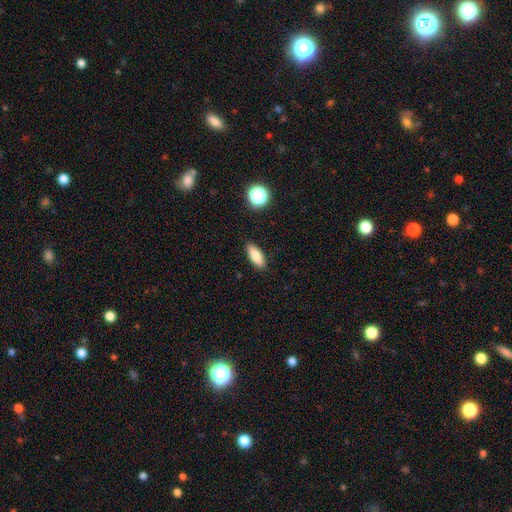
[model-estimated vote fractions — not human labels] The model was most divided on "how rounded": in between: 71%, cigar-shaped: 26%, round: 3%. More confident: merging — none (88%); smooth or featured — smooth (83%).